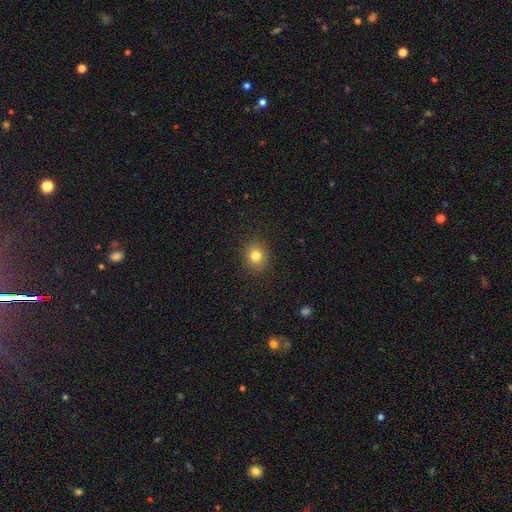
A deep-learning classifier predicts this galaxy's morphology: smooth 80%, star or artifact 12%, featured or disk 7%. Down the decision tree: how rounded — round (75%); merging — none (90%).